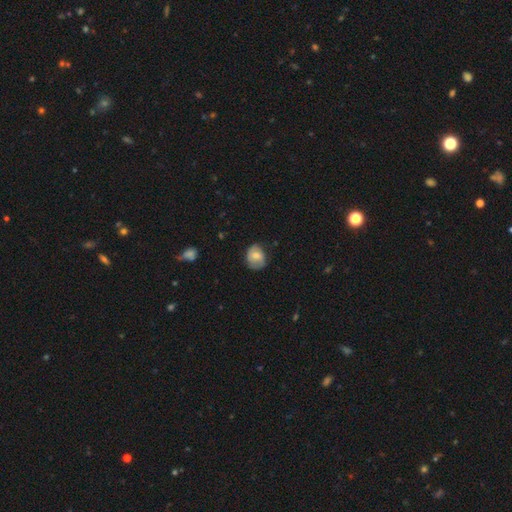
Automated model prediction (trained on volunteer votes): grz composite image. It shows a smooth galaxy with no disk features (68%) that is round (61%). Merging: none (61%).